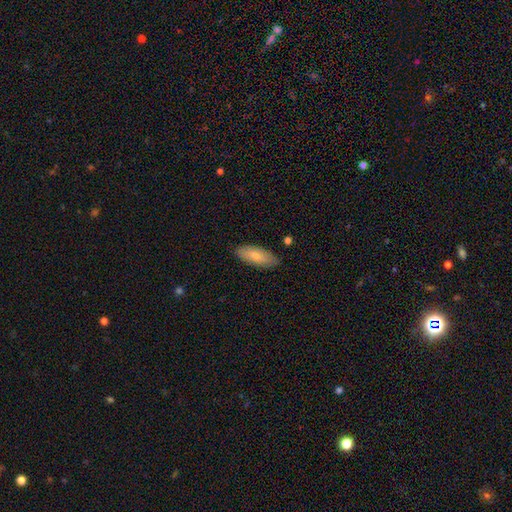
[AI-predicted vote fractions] smooth 75%, featured or disk 19%, star or artifact 6%. Down the decision tree: how rounded — in between (81%); merging — none (84%).